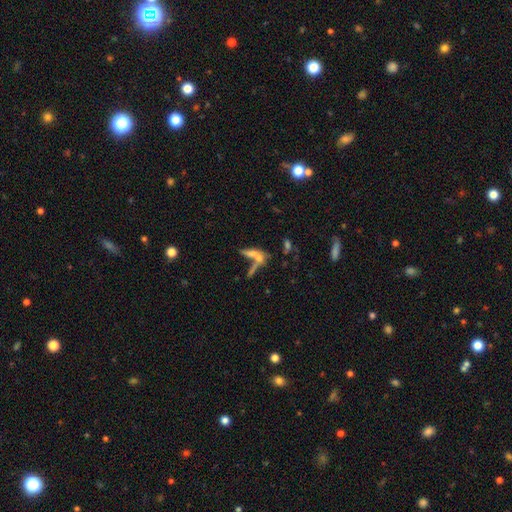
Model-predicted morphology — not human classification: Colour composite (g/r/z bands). It shows a smooth galaxy with no disk features (48%). Merging: merger (45%).